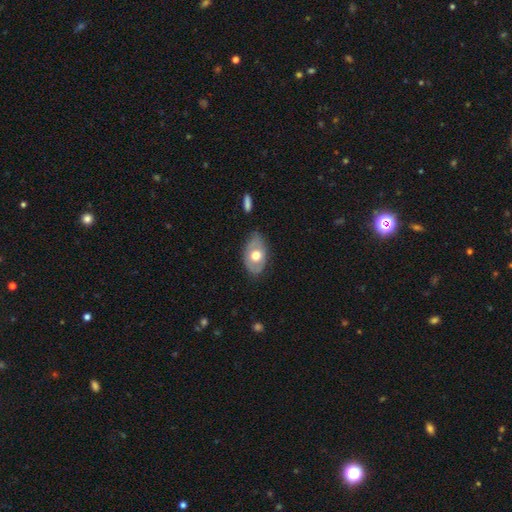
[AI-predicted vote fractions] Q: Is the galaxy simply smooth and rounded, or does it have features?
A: smooth — 53%.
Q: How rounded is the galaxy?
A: in between — 85%.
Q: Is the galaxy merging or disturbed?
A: none — 67%.